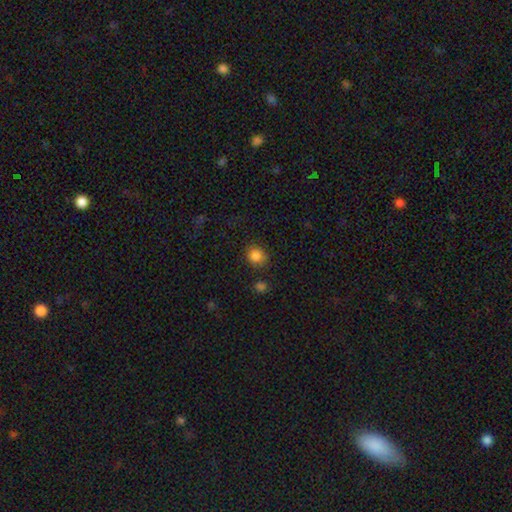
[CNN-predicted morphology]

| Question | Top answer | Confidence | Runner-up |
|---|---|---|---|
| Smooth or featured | smooth | 82% | star or artifact (12%) |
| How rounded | round | 74% | in between (25%) |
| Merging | none | 75% | minor disturbance (16%) |